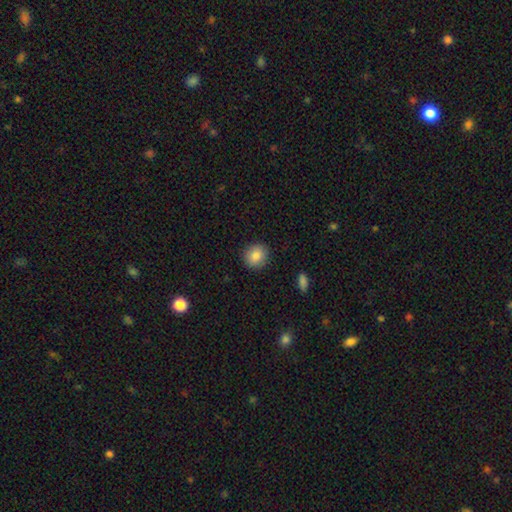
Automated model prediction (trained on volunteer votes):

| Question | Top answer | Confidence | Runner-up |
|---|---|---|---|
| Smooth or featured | smooth | 85% | star or artifact (8%) |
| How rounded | round | 82% | in between (17%) |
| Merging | none | 89% | minor disturbance (8%) |